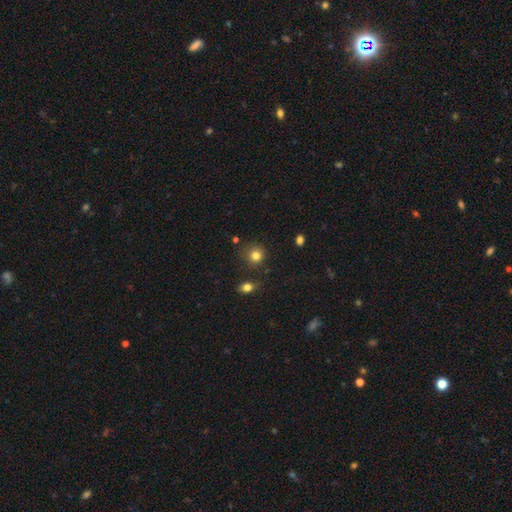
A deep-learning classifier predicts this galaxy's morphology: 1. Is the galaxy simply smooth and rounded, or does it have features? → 81% smooth, 13% star or artifact, 6% featured or disk.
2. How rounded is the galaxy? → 88% round, 11% in between, 1% cigar-shaped.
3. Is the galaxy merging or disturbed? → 78% none, 14% minor disturbance, 4% major disturbance, 4% merger.